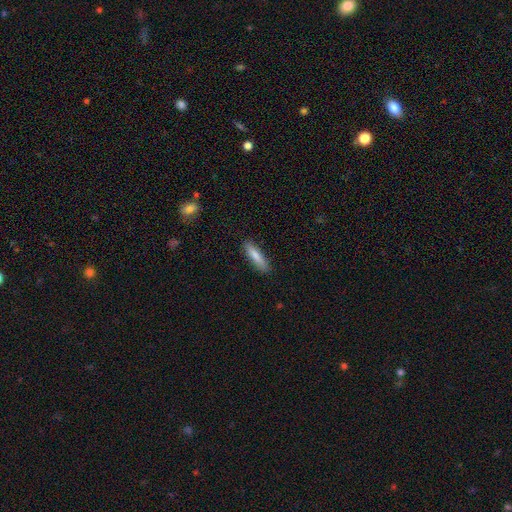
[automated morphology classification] Smooth or featured? smooth (81%)
How rounded? cigar-shaped (77%)
Merging? none (87%)